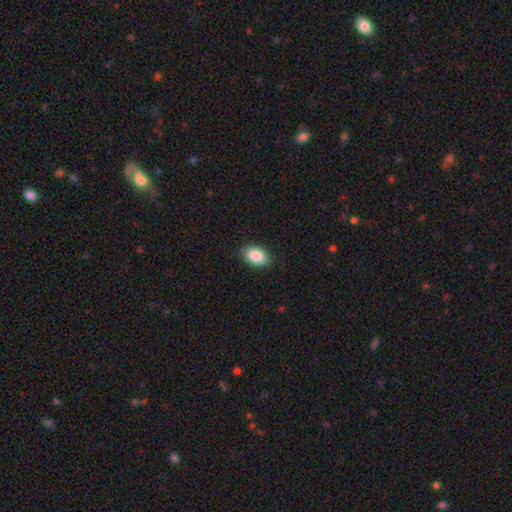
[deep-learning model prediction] Overall: smooth (88%). How rounded: in between (89%). Merging: none (88%).